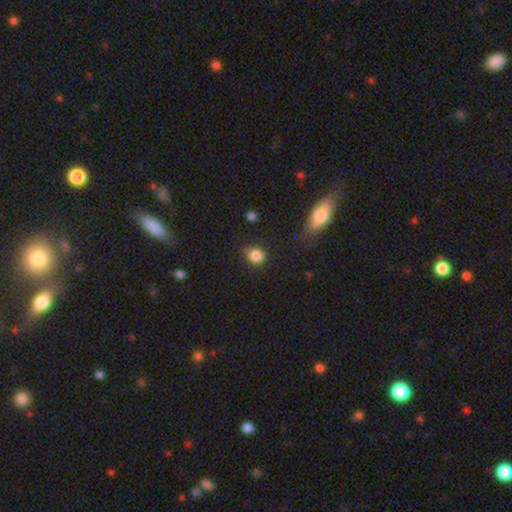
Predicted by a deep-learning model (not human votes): smooth-or-featured: smooth: 84% | star or artifact: 11% | featured or disk: 5%
  how-rounded: round: 73% | in between: 26% | cigar-shaped: 1%
  merging: none: 69% | minor disturbance: 23% | major disturbance: 5% | merger: 3%